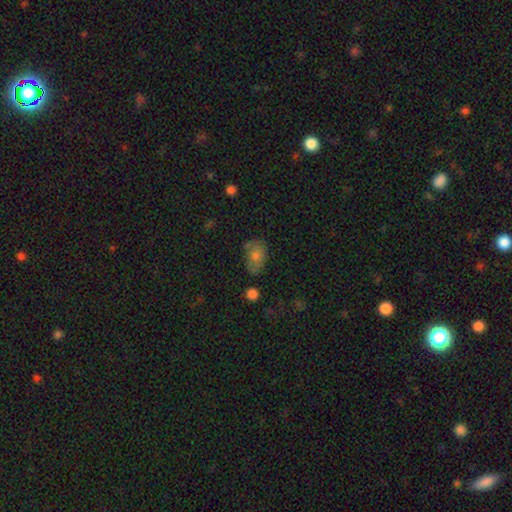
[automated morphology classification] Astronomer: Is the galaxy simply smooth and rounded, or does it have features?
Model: smooth — 71%.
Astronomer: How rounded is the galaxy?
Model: in between — 83%.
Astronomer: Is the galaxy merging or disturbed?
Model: none — 59%.